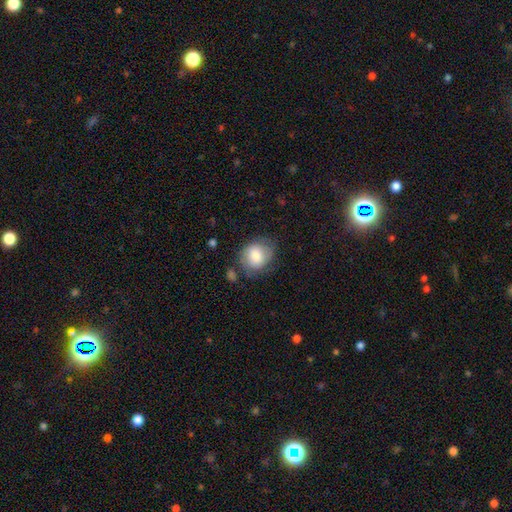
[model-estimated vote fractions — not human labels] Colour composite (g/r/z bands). It shows a smooth galaxy with no disk features (77%) that is round (58%). Merging: none (63%).